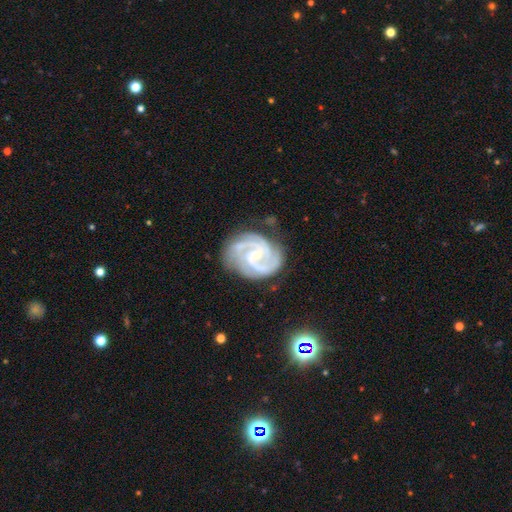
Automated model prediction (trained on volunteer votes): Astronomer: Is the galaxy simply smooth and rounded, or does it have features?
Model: featured or disk — 92%.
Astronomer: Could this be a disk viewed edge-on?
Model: no — 98%.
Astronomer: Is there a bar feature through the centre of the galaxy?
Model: no — 46% (runner-up: weak, 40%).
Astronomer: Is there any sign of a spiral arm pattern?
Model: yes — 98%.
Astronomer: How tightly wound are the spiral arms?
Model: tight — 55% (runner-up: medium, 40%).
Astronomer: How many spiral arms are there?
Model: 2 — 49% (runner-up: 3, 32%).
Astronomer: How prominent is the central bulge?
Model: small — 73%.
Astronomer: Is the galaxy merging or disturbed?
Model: none — 70%.